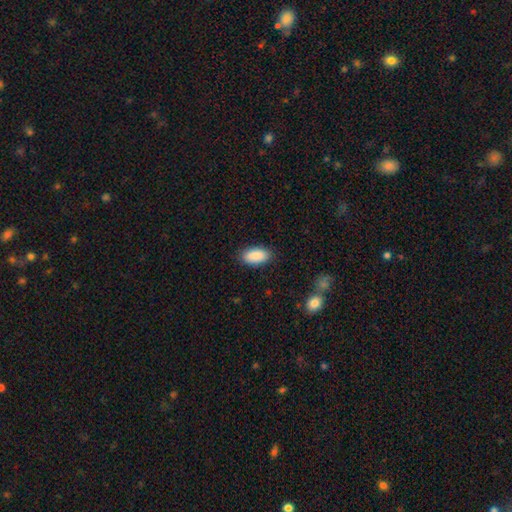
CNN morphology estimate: Smooth or featured? Predicted: smooth (p=0.90). How rounded? Predicted: in between (p=0.93). Merging? Predicted: none (p=0.87).